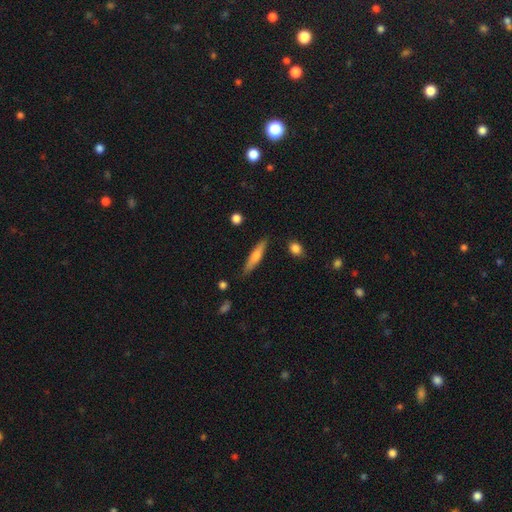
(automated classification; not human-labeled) Morphology: type=smooth (63%); roundness=cigar-shaped (84%); merging=none (86%).